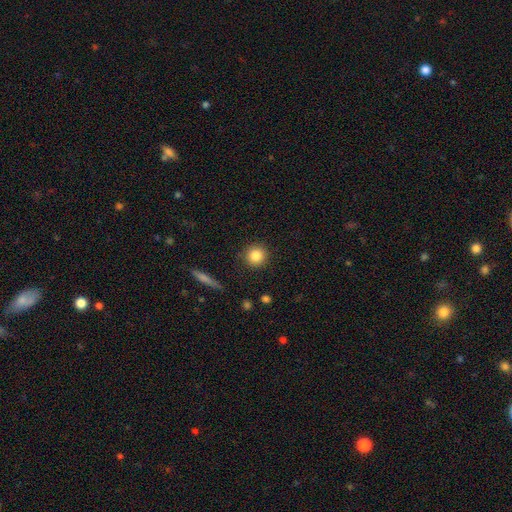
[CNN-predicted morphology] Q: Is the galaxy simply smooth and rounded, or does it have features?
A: smooth — 84%.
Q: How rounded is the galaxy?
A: round — 93%.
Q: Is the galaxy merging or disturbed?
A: none — 90%.